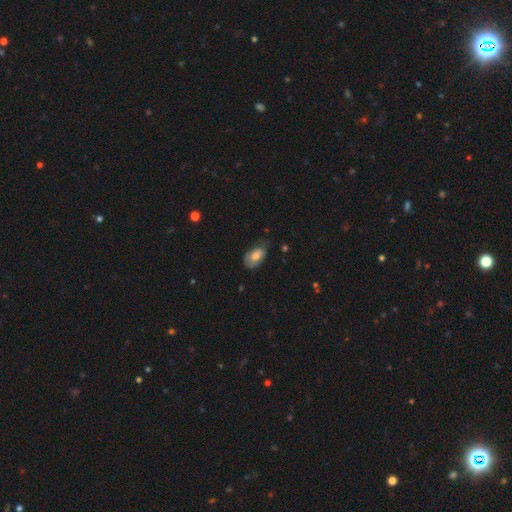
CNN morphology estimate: Overall: smooth (64%; featured or disk 29%). How rounded: in between (92%). Merging: none (55%; minor disturbance 32%).